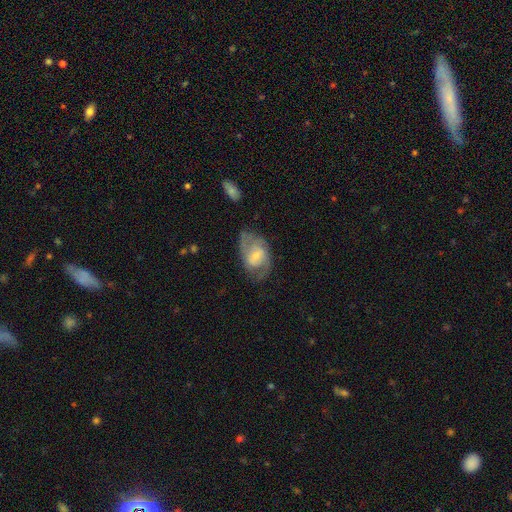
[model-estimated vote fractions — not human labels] A featured or disk galaxy (72%) with a weak bar (52%), 2 (73%) medium (50%) spiral arms (89%) and a small central bulge (54%). Merging: none (61%).